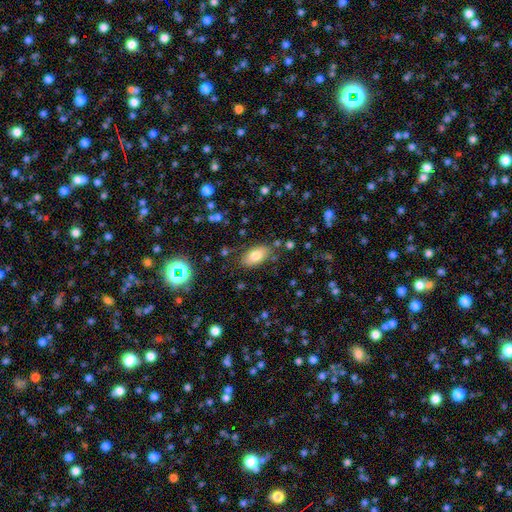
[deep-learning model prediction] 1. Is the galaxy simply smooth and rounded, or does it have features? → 78% smooth, 13% featured or disk, 9% star or artifact.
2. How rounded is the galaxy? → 92% in between, 5% round, 3% cigar-shaped.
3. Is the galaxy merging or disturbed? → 78% none, 15% minor disturbance, 4% major disturbance, 3% merger.